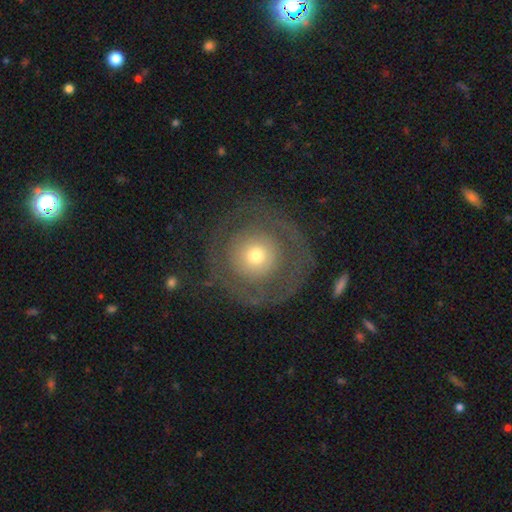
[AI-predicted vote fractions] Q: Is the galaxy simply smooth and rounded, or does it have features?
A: featured or disk — 58%.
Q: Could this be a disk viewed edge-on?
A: no — 97%.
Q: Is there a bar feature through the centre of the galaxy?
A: no — 88%.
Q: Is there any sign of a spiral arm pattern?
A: yes — 58%.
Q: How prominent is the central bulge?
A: small — 45%.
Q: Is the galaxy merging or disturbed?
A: none — 74%.